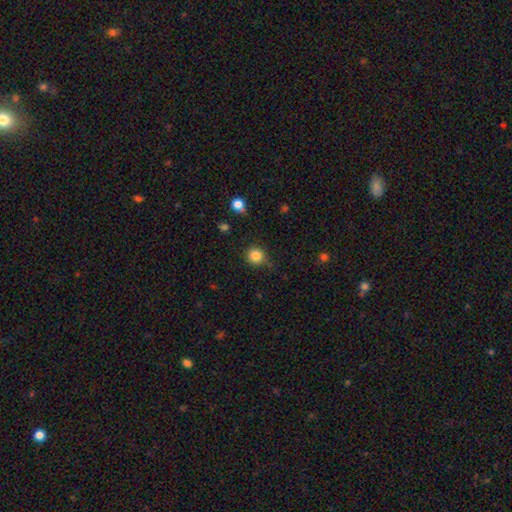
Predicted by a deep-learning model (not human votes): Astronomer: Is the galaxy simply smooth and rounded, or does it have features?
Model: smooth — 84%.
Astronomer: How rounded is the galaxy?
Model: round — 92%.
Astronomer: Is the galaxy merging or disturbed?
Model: none — 80%.